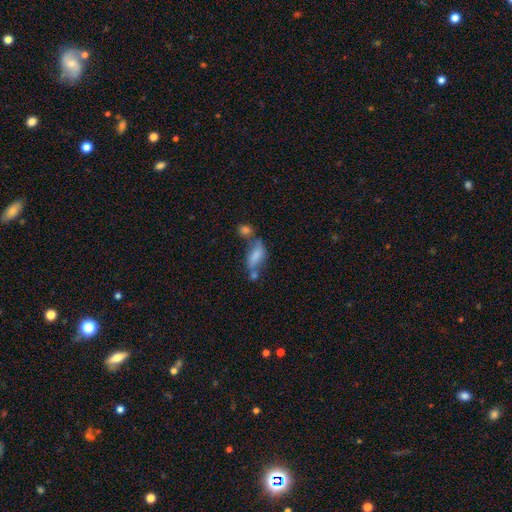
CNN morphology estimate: This appears to be a smooth galaxy with no disk features (63%) that is in between round and cigar-shaped (82%). Merging: merger (38%).